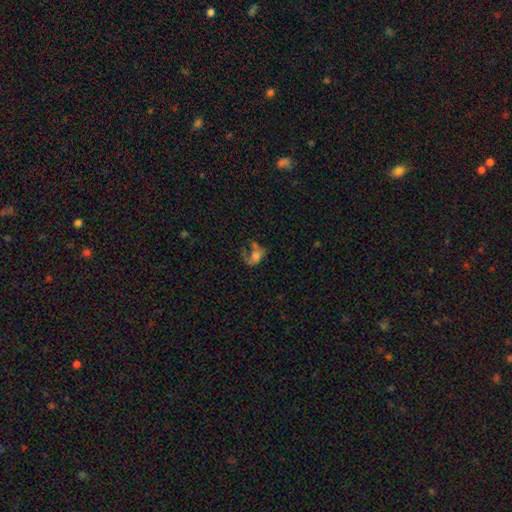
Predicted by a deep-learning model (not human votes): The model was most divided on "smooth or featured": smooth: 46%, featured or disk: 40%, star or artifact: 14%. Remaining: merging — major disturbance (47%).